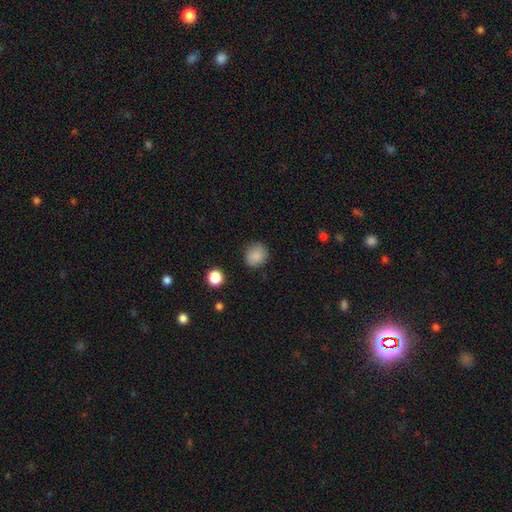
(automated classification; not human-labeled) Smooth or featured? Predicted: smooth (p=0.86). How rounded? Predicted: round (p=0.76). Merging? Predicted: none (p=0.84).